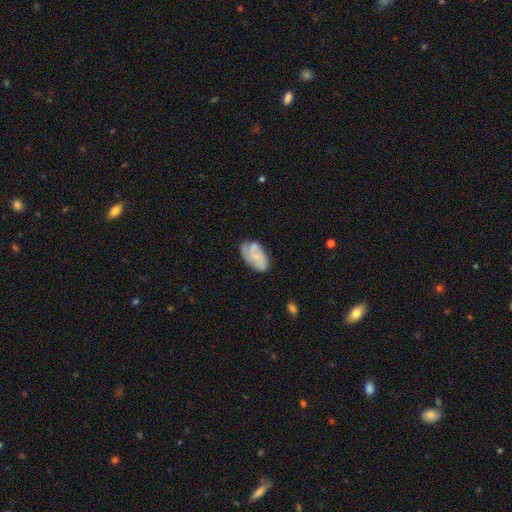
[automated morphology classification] Smooth or featured? smooth (50%)
Merging? none (57%)